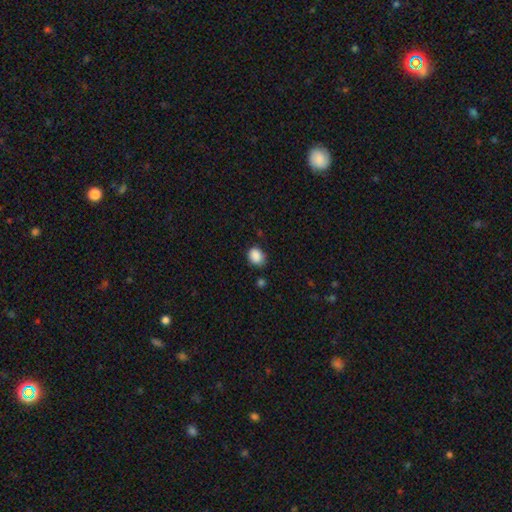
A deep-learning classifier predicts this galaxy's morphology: A smooth galaxy with no disk features (88%) that is round (51%).

Vote fractions:
- Smooth or featured? smooth: 88% / star or artifact: 9% / featured or disk: 3%
- How rounded? round: 51% / in between: 48% / cigar-shaped: 1%
- Merging? none: 73% / minor disturbance: 20% / major disturbance: 4% / merger: 3%